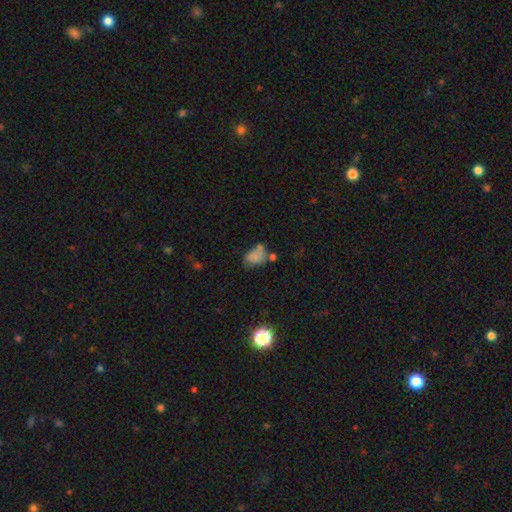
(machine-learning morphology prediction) This appears to be a smooth galaxy with no disk features (71%) that is in between round and cigar-shaped (77%). Merging: none (37%).